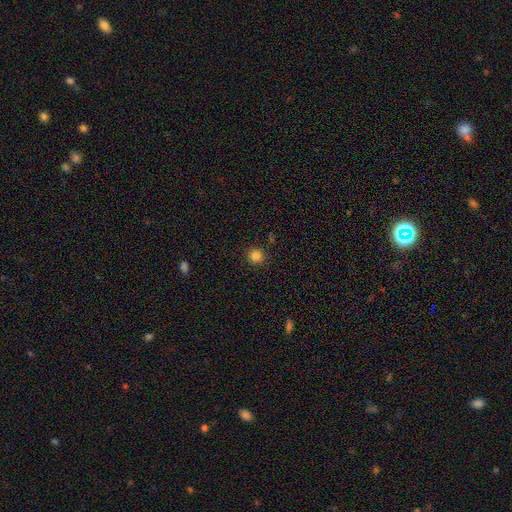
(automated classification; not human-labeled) This appears to be a smooth galaxy with no disk features (83%) that is round (93%). Merging: none (89%).